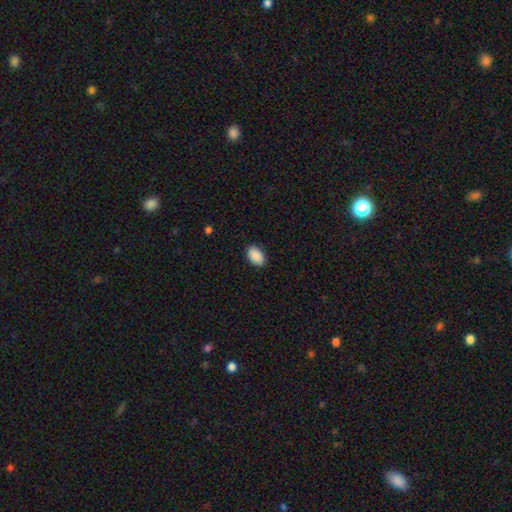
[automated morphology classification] Smooth or featured? smooth (91%)
How rounded? in between (91%)
Merging? none (88%)